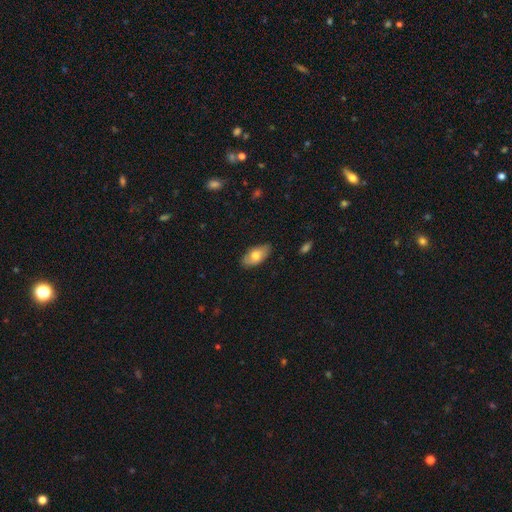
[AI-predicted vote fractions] A smooth galaxy with no disk features (69%) that is in between round and cigar-shaped (92%). Merging: none (80%).